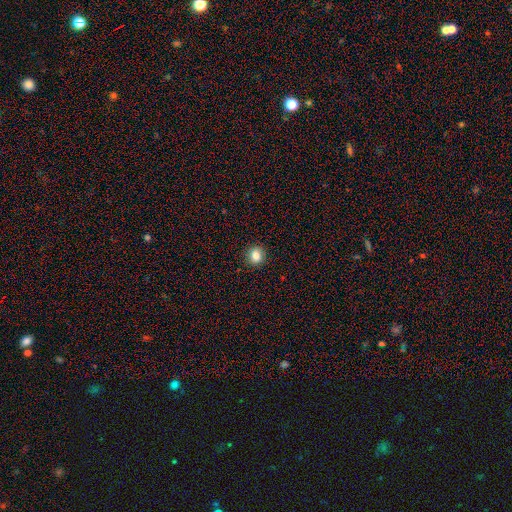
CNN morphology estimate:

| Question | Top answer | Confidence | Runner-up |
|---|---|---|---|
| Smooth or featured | smooth | 83% | star or artifact (11%) |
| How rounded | round | 81% | in between (18%) |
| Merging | none | 91% | minor disturbance (6%) |